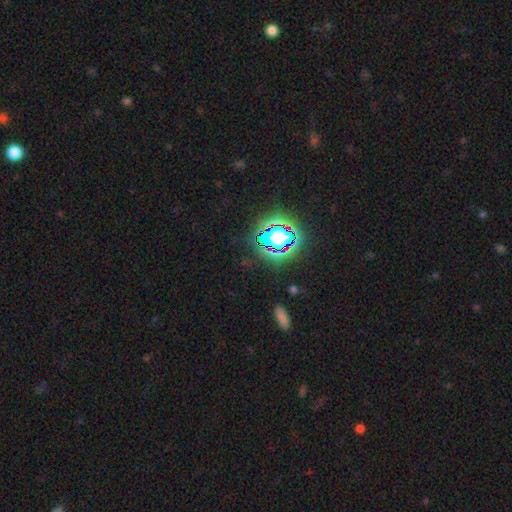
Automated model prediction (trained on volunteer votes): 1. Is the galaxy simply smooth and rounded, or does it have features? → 78% star or artifact, 14% smooth, 8% featured or disk.